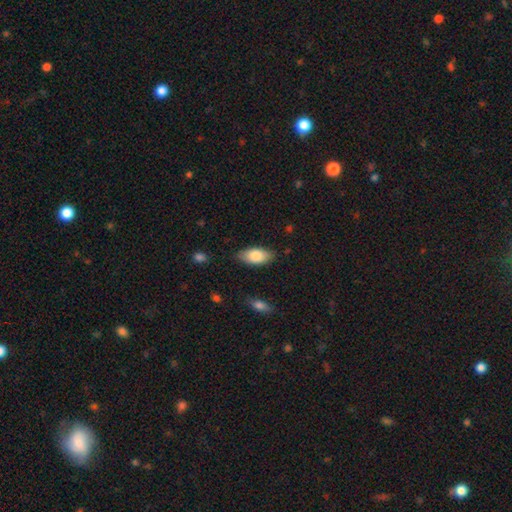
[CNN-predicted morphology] Smooth or featured?
  - smooth: 83% *
  - featured or disk: 11%
  - star or artifact: 6%
How rounded?
  - in between: 92% *
  - cigar-shaped: 5%
  - round: 3%
Merging?
  - none: 82% *
  - minor disturbance: 14%
  - major disturbance: 3%
  - merger: 1%